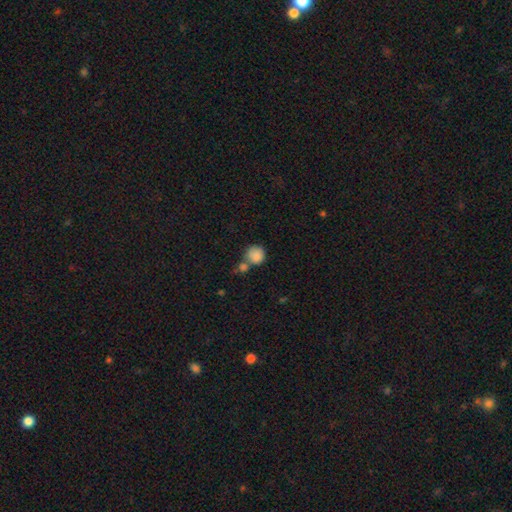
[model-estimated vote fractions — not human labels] This appears to be a smooth galaxy with no disk features (85%) that is round (88%). Merging: none (45%).